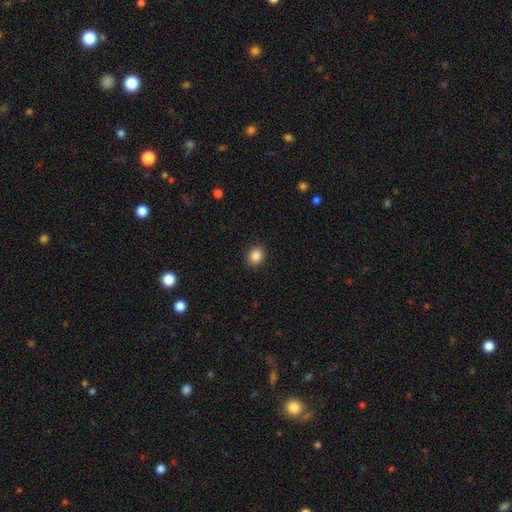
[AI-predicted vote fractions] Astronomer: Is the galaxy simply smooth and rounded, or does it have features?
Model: smooth — 87%.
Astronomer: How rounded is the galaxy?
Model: round — 67%.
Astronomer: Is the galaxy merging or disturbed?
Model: none — 91%.